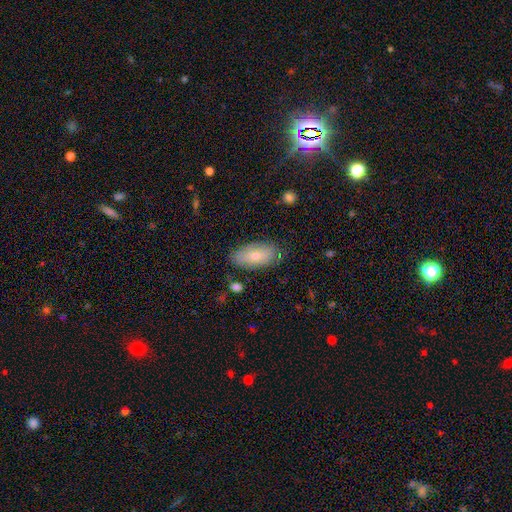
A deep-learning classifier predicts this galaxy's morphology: Q: Smooth or featured?
A: smooth (75%); runner-up: featured or disk (18%)
Q: How rounded?
A: in between (92%); runner-up: cigar-shaped (6%)
Q: Merging?
A: none (79%); runner-up: minor disturbance (16%)